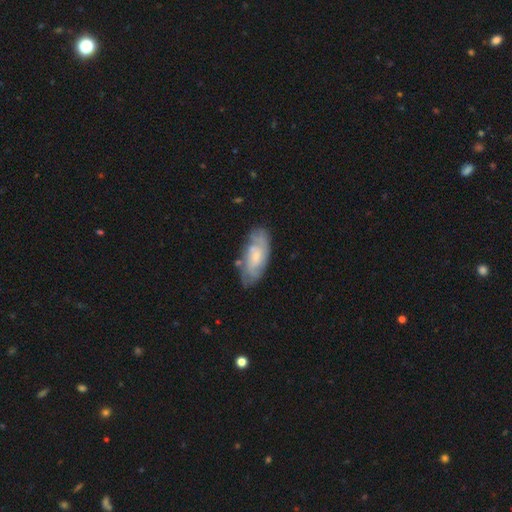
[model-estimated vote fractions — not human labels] smooth_or_featured: featured or disk (p=0.61) [alt: smooth p=0.33]
disk_edge_on: no (p=0.91) [alt: yes p=0.09]
bar: no (p=0.62) [alt: weak p=0.32]
has_spiral_arms: yes (p=0.83) [alt: no p=0.17]
bulge_size: small (p=0.51) [alt: moderate p=0.33]
merging: none (p=0.72) [alt: minor disturbance p=0.20]